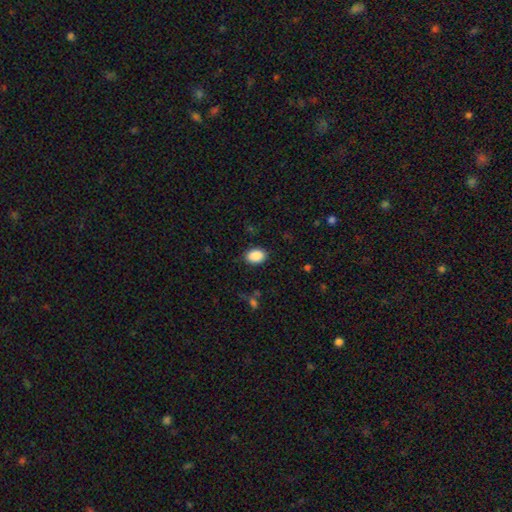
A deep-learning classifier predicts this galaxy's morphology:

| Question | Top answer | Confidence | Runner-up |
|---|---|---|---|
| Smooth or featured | smooth | 89% | star or artifact (7%) |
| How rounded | in between | 77% | round (22%) |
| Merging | none | 87% | minor disturbance (10%) |